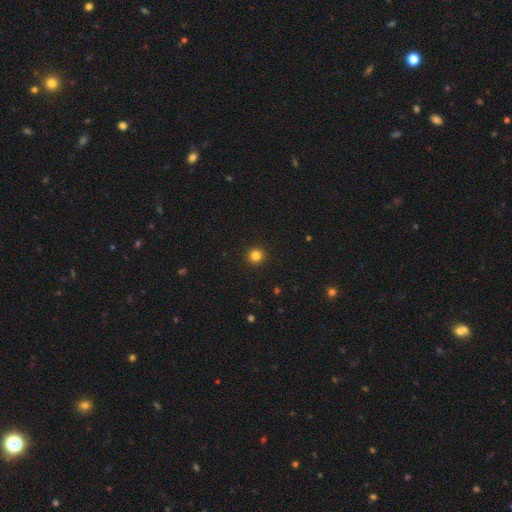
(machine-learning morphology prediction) smooth_or_featured: smooth (p=0.83) [alt: star or artifact p=0.13]
how_rounded: round (p=0.95) [alt: in between p=0.04]
merging: none (p=0.93) [alt: minor disturbance p=0.04]